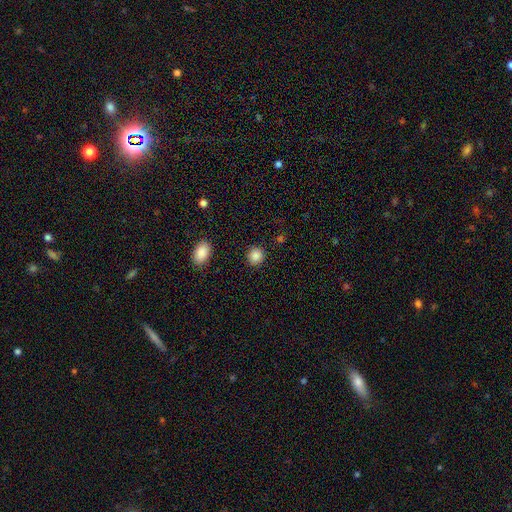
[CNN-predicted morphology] Smooth or featured? Predicted: smooth (p=0.87). How rounded? Predicted: round (p=0.87). Merging? Predicted: none (p=0.89).